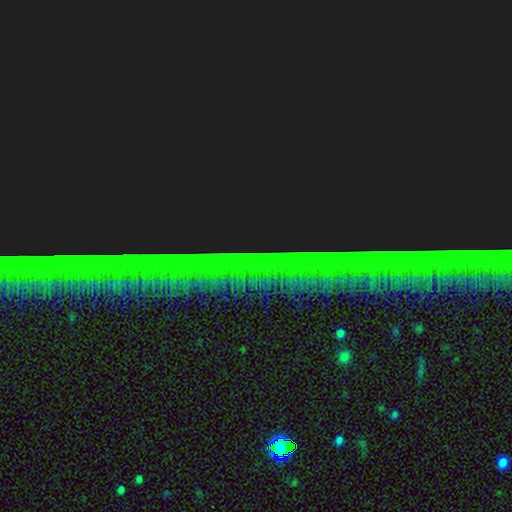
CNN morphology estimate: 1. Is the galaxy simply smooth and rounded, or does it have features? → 87% star or artifact, 7% featured or disk, 6% smooth.